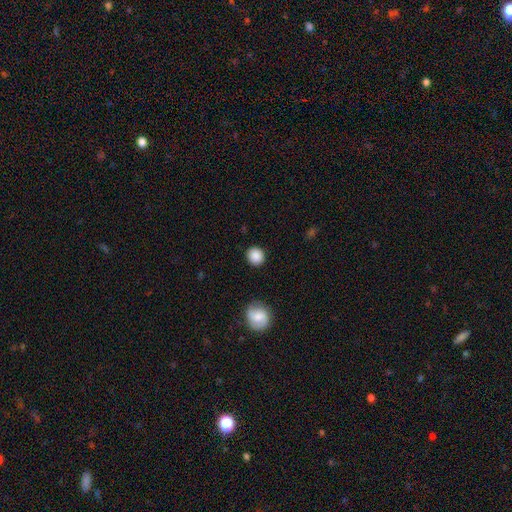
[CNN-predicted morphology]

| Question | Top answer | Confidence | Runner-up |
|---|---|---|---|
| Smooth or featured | smooth | 88% | star or artifact (7%) |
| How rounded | round | 87% | in between (12%) |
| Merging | none | 88% | minor disturbance (7%) |